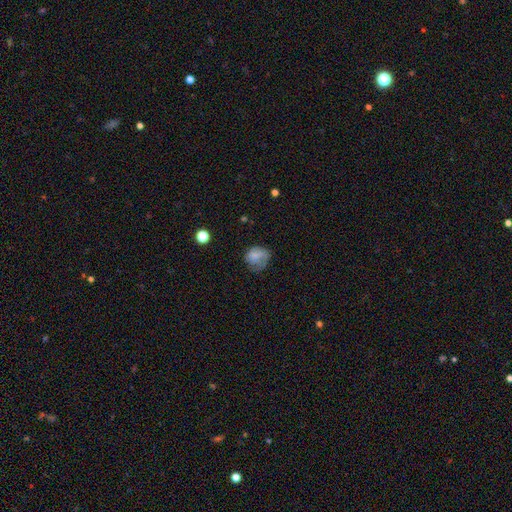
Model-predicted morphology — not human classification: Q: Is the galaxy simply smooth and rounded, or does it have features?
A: smooth — 66%.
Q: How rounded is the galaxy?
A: round — 68%.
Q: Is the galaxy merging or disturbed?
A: none — 48%.